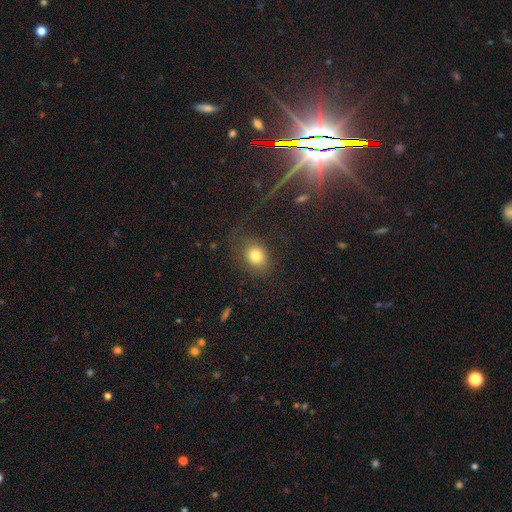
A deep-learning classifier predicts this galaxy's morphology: A smooth galaxy with no disk features (79%) that is round (60%).

Vote fractions:
- Smooth or featured? smooth: 79% / star or artifact: 12% / featured or disk: 9%
- How rounded? round: 60% / in between: 39% / cigar-shaped: 1%
- Merging? none: 75% / minor disturbance: 14% / major disturbance: 9% / merger: 2%